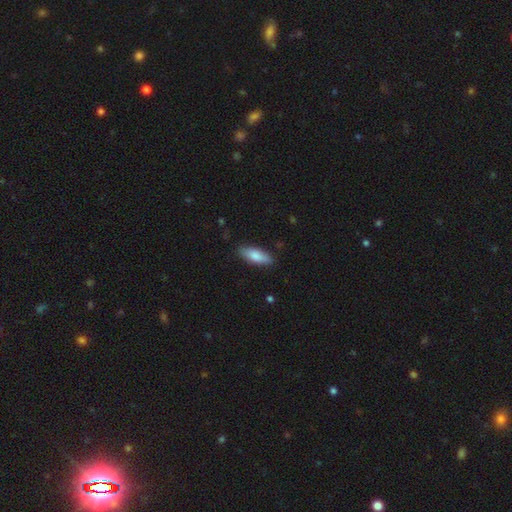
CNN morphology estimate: This appears to be a smooth galaxy with no disk features (81%) that is in between round and cigar-shaped (67%). Merging: none (85%).